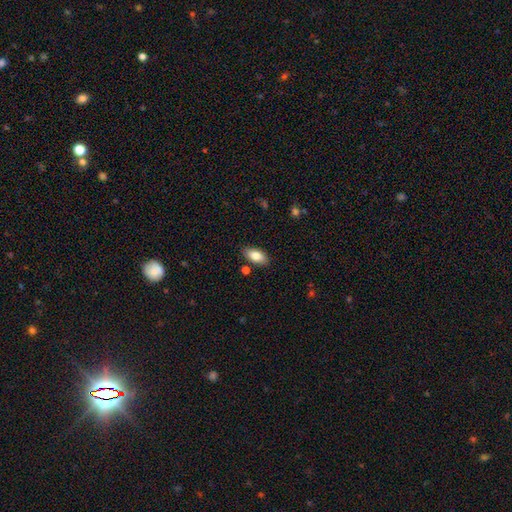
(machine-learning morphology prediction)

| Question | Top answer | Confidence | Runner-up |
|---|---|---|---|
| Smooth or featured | smooth | 82% | featured or disk (11%) |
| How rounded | in between | 92% | cigar-shaped (5%) |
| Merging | none | 84% | minor disturbance (11%) |